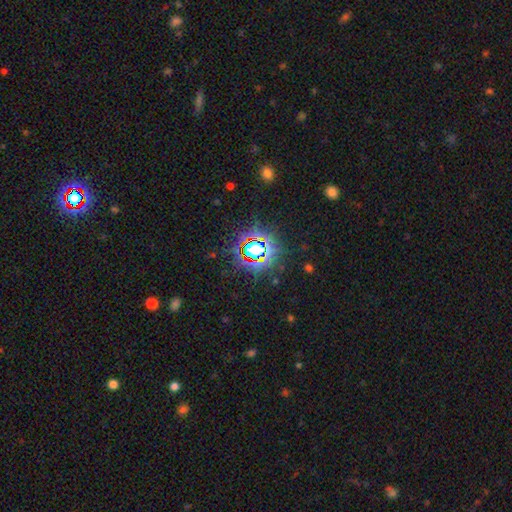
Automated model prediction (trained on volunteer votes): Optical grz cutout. It shows a star or artifact, not a galaxy (74%).